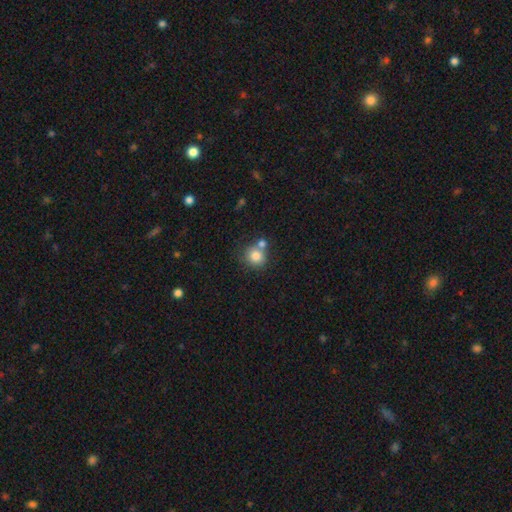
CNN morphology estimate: Smooth or featured?
  - smooth: 81% *
  - star or artifact: 10%
  - featured or disk: 9%
How rounded?
  - round: 86% *
  - in between: 13%
  - cigar-shaped: 1%
Merging?
  - none: 56% *
  - merger: 30%
  - minor disturbance: 11%
  - major disturbance: 4%